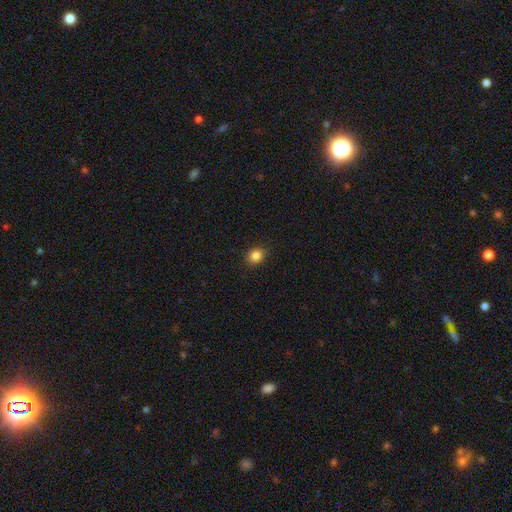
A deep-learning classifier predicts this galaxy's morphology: Smooth or featured? Predicted: smooth (p=0.85). How rounded? Predicted: round (p=0.63). Merging? Predicted: none (p=0.90).